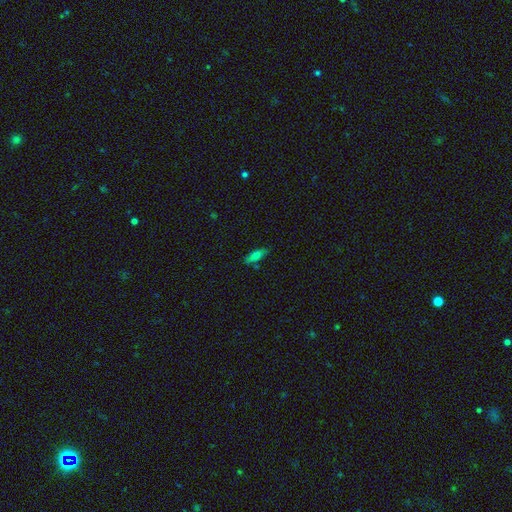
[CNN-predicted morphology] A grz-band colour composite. It shows a smooth galaxy with no disk features (73%) that is in between round and cigar-shaped (59%). Merging: none (76%).